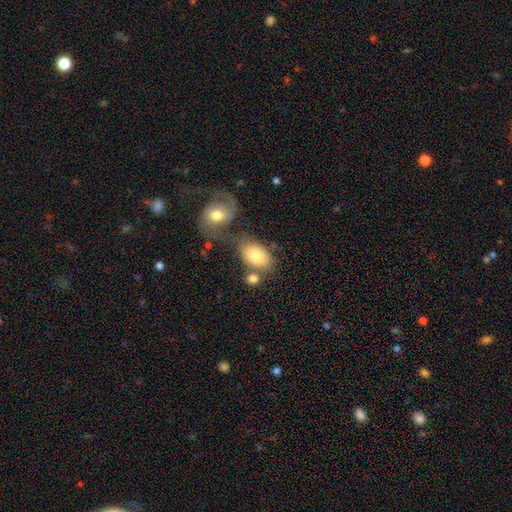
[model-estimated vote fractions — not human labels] Smooth or featured? Predicted: smooth (p=0.74). How rounded? Predicted: in between (p=0.85). Merging? Predicted: none (p=0.48).